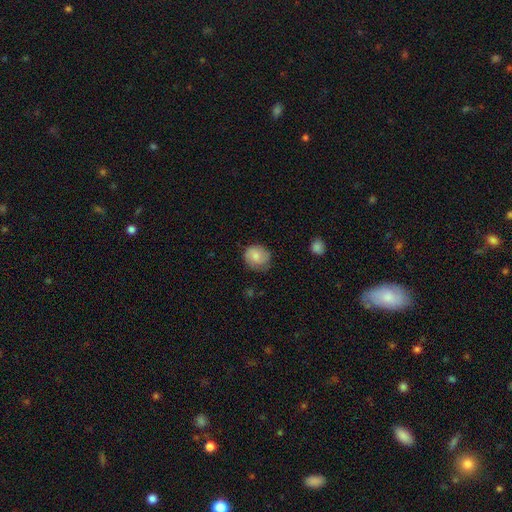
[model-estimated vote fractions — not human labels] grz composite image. It shows a smooth galaxy with no disk features (72%) that is round (78%). Merging: none (69%).